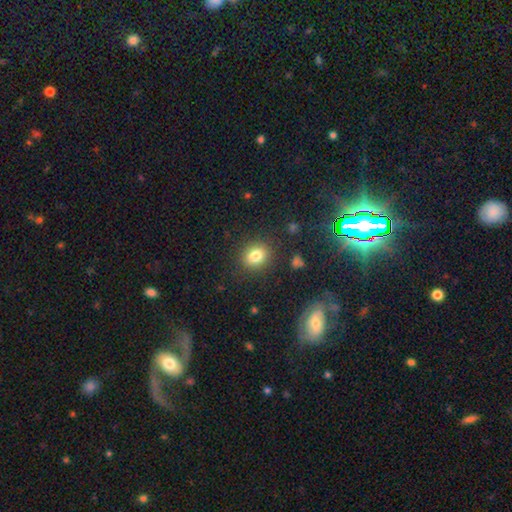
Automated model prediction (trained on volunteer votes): A smooth galaxy with no disk features (81%) that is round (62%).

Vote fractions:
- Smooth or featured? smooth: 81% / star or artifact: 11% / featured or disk: 8%
- How rounded? round: 62% / in between: 37% / cigar-shaped: 1%
- Merging? none: 86% / minor disturbance: 9% / major disturbance: 3% / merger: 2%